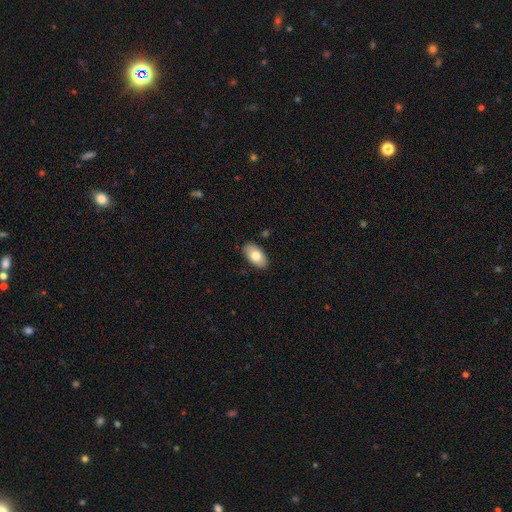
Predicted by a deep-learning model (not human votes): Morphology: type=smooth (78%); roundness=in between (95%); merging=none (87%).